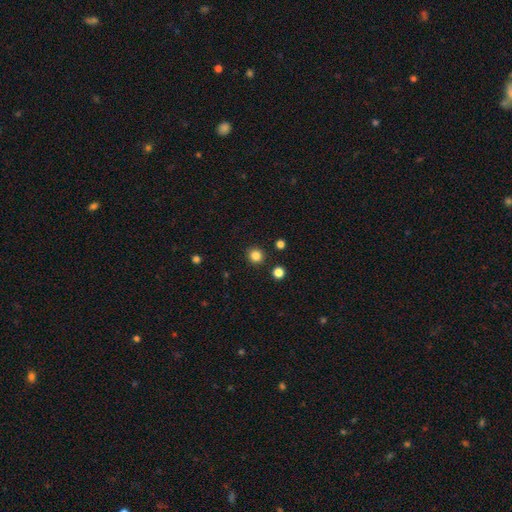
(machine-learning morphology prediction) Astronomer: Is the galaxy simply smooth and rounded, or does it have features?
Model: smooth — 83%.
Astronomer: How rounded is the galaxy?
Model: round — 93%.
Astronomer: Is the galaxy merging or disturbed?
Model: none — 91%.